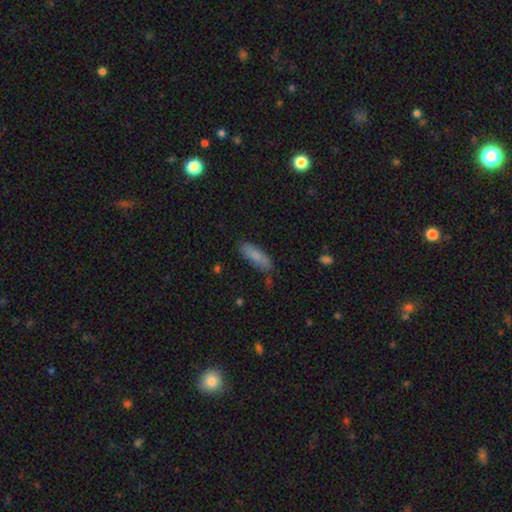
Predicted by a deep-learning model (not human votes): smooth_or_featured: smooth (p=0.83) [alt: featured or disk p=0.11]
how_rounded: in between (p=0.52) [alt: cigar-shaped p=0.46]
merging: none (p=0.79) [alt: minor disturbance p=0.16]